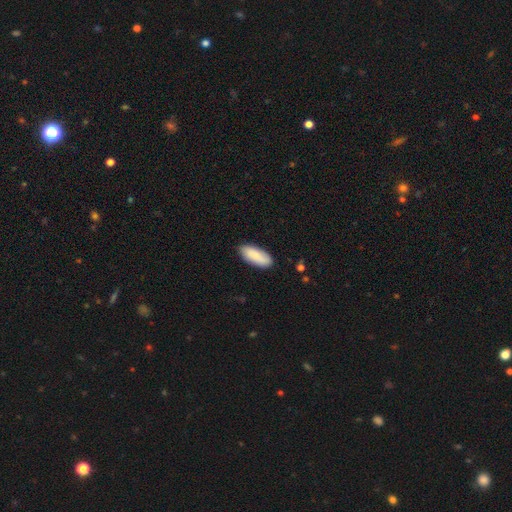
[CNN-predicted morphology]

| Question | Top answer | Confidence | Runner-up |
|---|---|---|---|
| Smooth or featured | smooth | 83% | featured or disk (11%) |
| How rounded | in between | 81% | cigar-shaped (17%) |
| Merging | none | 85% | minor disturbance (12%) |